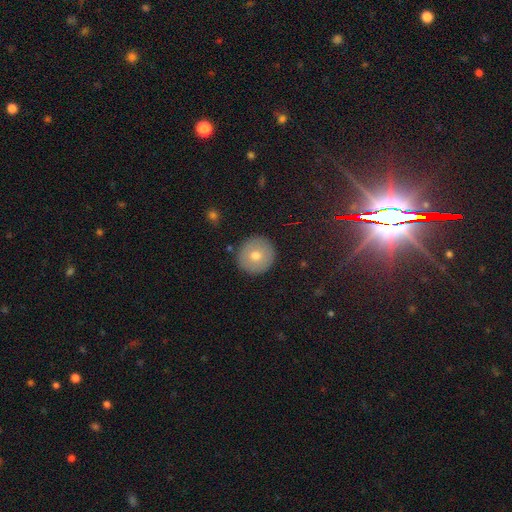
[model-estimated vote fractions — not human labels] Morphology: type=smooth (67%); roundness=round (95%); merging=none (91%).